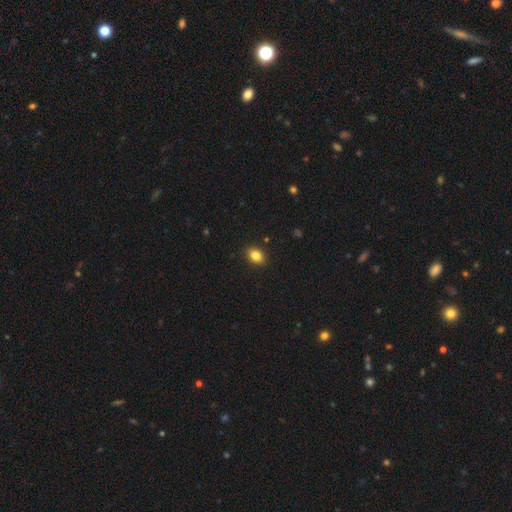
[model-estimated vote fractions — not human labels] smooth-or-featured: smooth: 84% | star or artifact: 10% | featured or disk: 6%
  how-rounded: in between: 68% | round: 31% | cigar-shaped: 1%
  merging: none: 90% | minor disturbance: 7% | major disturbance: 2% | merger: 1%